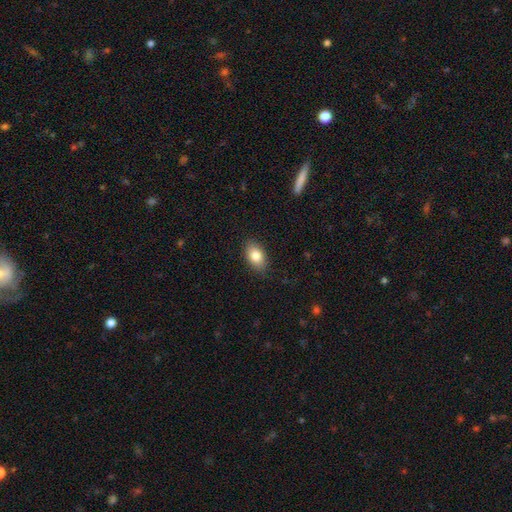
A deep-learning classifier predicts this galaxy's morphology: Smooth or featured?
  - smooth: 82% *
  - featured or disk: 10%
  - star or artifact: 7%
How rounded?
  - in between: 89% *
  - round: 9%
  - cigar-shaped: 2%
Merging?
  - none: 86% *
  - minor disturbance: 11%
  - major disturbance: 2%
  - merger: 1%